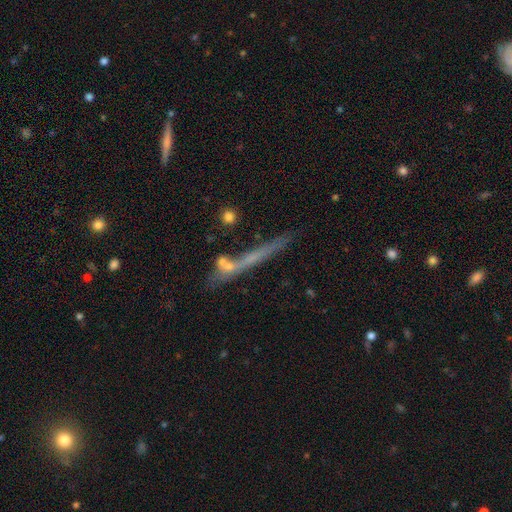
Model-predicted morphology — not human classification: This appears to be a featured or disk galaxy (49%). Merging: none (55%).